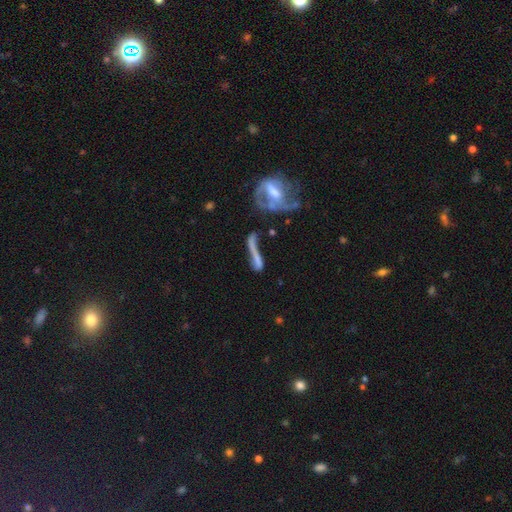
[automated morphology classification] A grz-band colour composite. It shows a featured or disk galaxy (52%). Merging: none (33%).